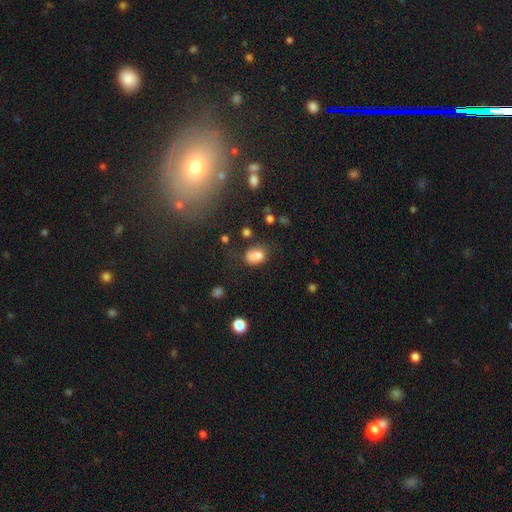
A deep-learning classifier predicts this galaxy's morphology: Smooth or featured: smooth — 75% (star or artifact — 13%)
How rounded: in between — 70% (round — 29%)
Merging: none — 45% (minor disturbance — 22%)